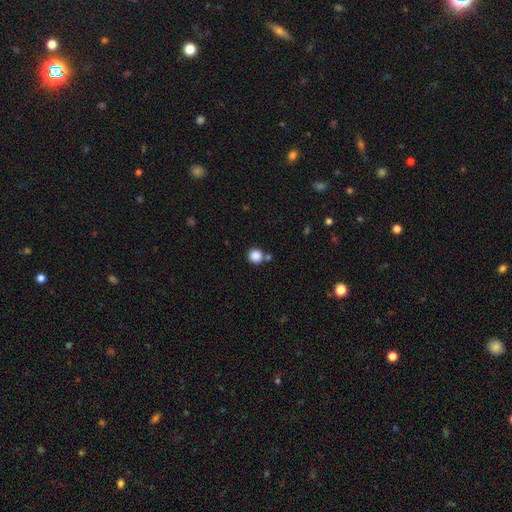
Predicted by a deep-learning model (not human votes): Q: Smooth or featured?
A: smooth (86%); runner-up: star or artifact (10%)
Q: How rounded?
A: round (92%); runner-up: in between (7%)
Q: Merging?
A: none (71%); runner-up: merger (16%)